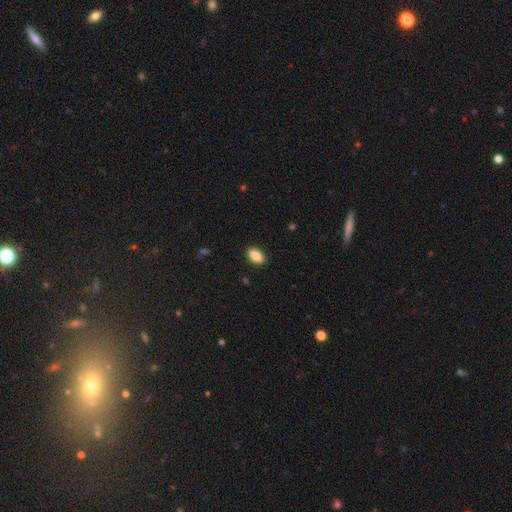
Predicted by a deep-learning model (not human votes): Overall: smooth (86%). How rounded: in between (91%). Merging: none (88%).